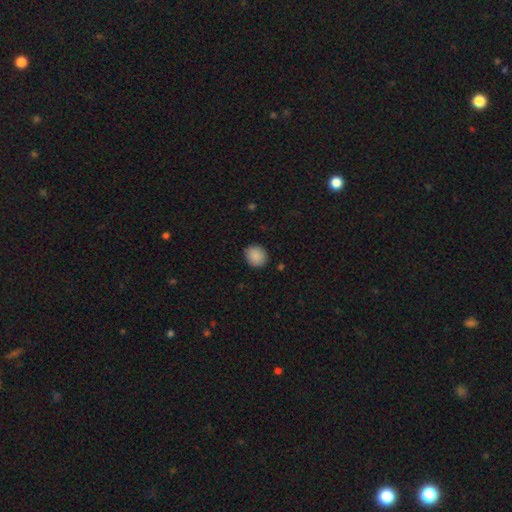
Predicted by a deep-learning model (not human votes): A smooth galaxy with no disk features (89%) that is round (83%). Merging: none (87%).